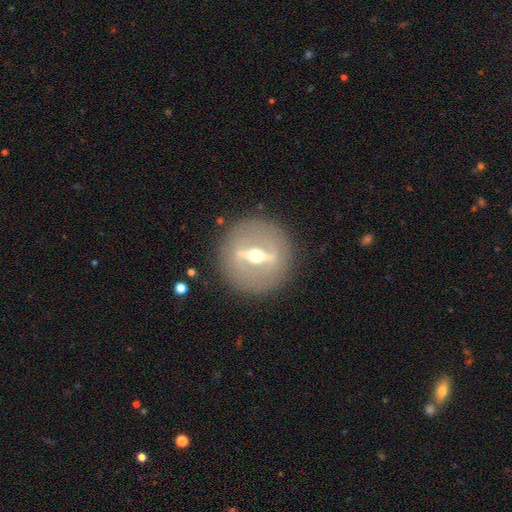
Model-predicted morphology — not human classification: smooth-or-featured: featured or disk: 82% | smooth: 12% | star or artifact: 6%
  disk-edge-on: no: 57% | yes: 43%
  merging: none: 88% | minor disturbance: 7% | major disturbance: 4% | merger: 1%